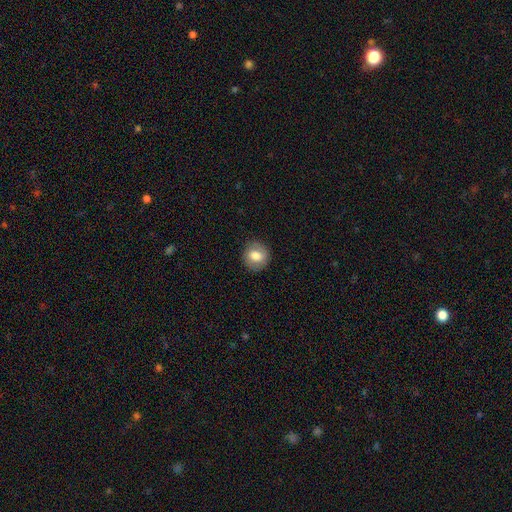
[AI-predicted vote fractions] Overall: smooth (77%). How rounded: round (82%). Merging: none (87%).